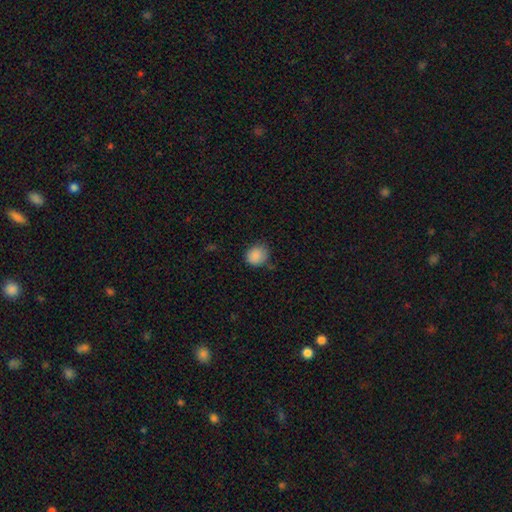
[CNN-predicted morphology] This is clearly a smooth galaxy (87%). How rounded: likely round (72%). Merging: likely none (70%).